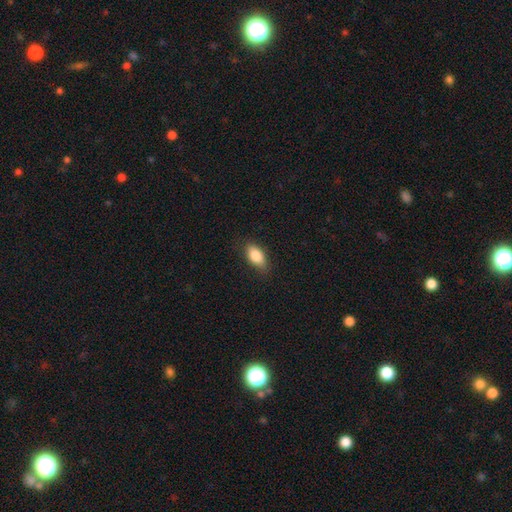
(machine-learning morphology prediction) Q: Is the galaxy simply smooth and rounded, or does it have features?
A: smooth — 83%.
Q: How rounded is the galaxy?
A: in between — 87%.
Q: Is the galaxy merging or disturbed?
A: none — 82%.